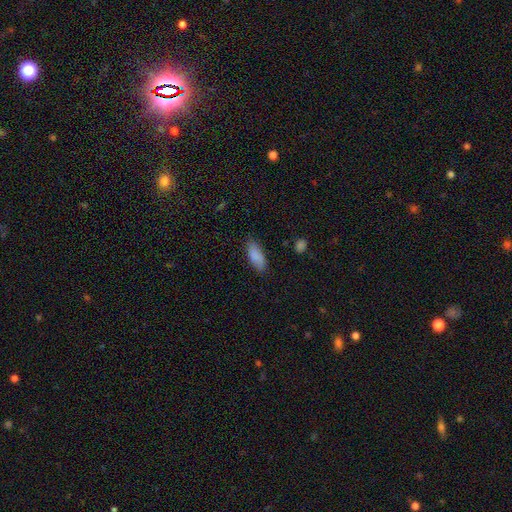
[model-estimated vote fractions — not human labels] This appears to be a smooth galaxy with no disk features (85%) that is in between round and cigar-shaped (78%). Merging: none (78%).